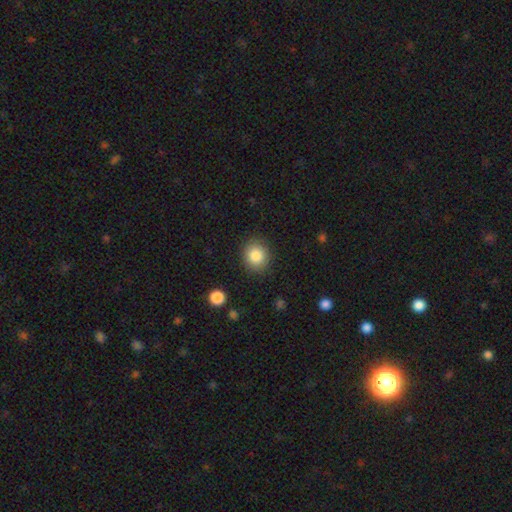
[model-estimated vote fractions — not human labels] The model was most divided on "how rounded": round: 83%, in between: 16%, cigar-shaped: 1%. More confident: merging — none (88%); smooth or featured — smooth (85%).